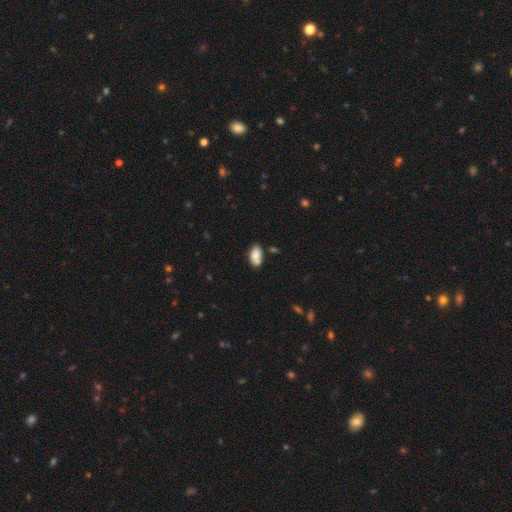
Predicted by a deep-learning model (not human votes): This is clearly a smooth galaxy (81%). How rounded: clearly in between (93%). Merging: likely none (64%).